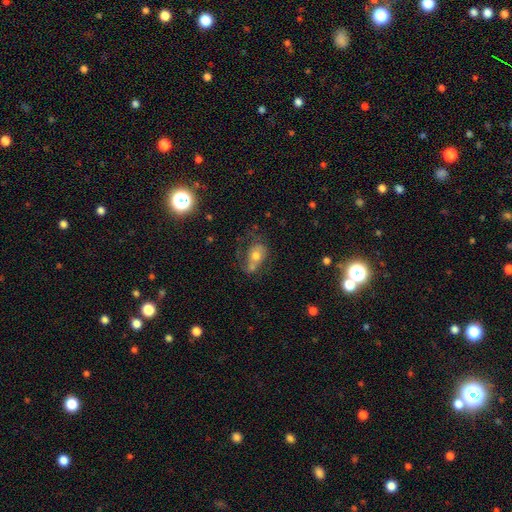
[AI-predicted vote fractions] Smooth or featured?
  - smooth: 51% *
  - featured or disk: 39%
  - star or artifact: 11%
How rounded?
  - in between: 71% *
  - round: 26%
  - cigar-shaped: 2%
Merging?
  - none: 32% *
  - major disturbance: 26%
  - minor disturbance: 23%
  - merger: 19%